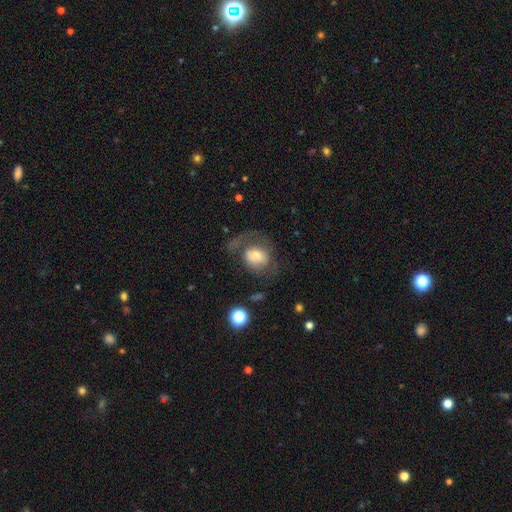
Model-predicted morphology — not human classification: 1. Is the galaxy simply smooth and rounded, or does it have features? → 56% smooth, 35% featured or disk, 9% star or artifact.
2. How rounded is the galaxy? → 54% round, 45% in between, 1% cigar-shaped.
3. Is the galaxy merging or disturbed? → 40% none, 36% major disturbance, 21% minor disturbance, 4% merger.